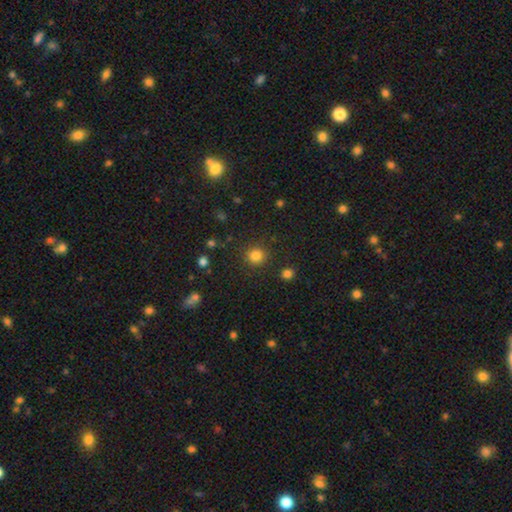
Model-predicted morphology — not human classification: This is clearly a smooth galaxy (83%). How rounded: clearly round (91%). Merging: clearly none (87%).